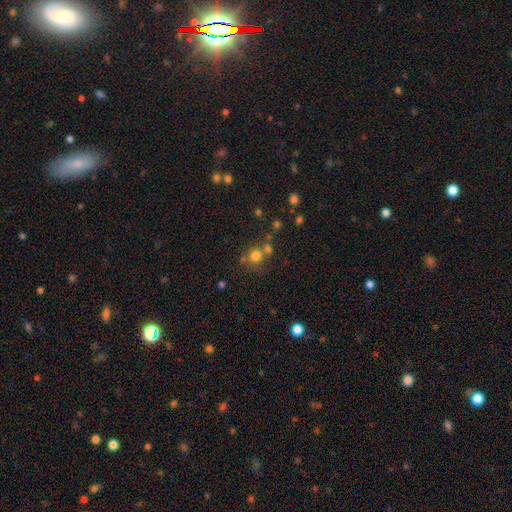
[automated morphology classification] smooth_or_featured: smooth (p=0.73) [alt: star or artifact p=0.17]
how_rounded: round (p=0.86) [alt: in between p=0.13]
merging: none (p=0.55) [alt: merger p=0.29]